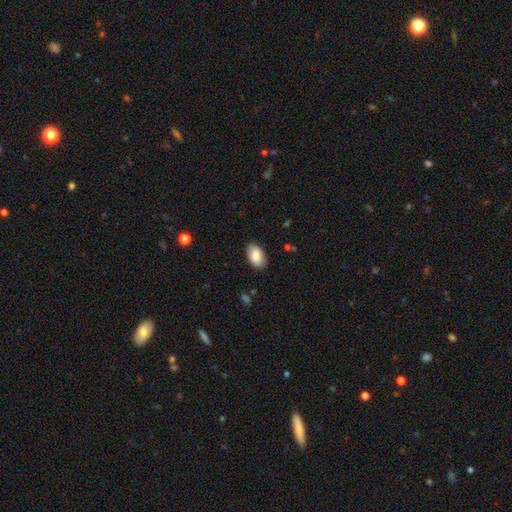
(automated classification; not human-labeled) The model was most divided on "merging": none: 86%, minor disturbance: 11%, major disturbance: 2%, merger: 1%. More confident: how rounded — in between (93%); smooth or featured — smooth (87%).